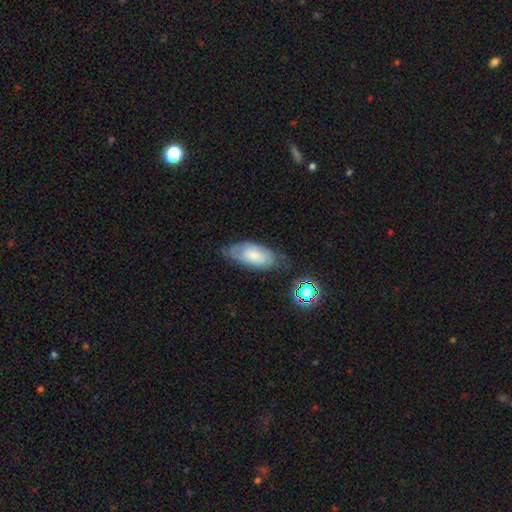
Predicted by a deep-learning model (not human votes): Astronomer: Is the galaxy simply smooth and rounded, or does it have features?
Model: smooth — 58% (runner-up: featured or disk, 34%).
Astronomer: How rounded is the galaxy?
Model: in between — 90%.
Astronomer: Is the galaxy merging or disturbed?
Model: none — 58%.